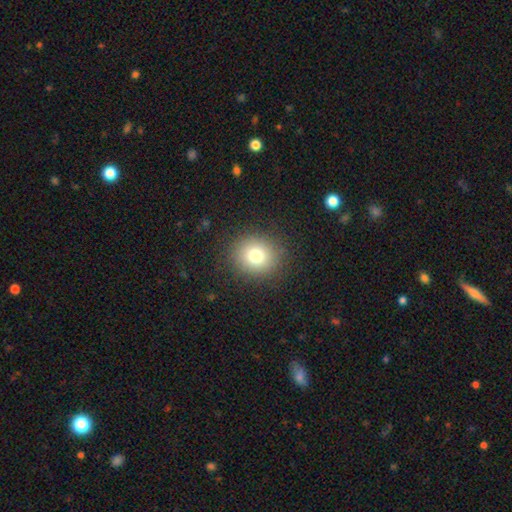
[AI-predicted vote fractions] A smooth galaxy with no disk features (77%) that is round (84%). Merging: none (89%).